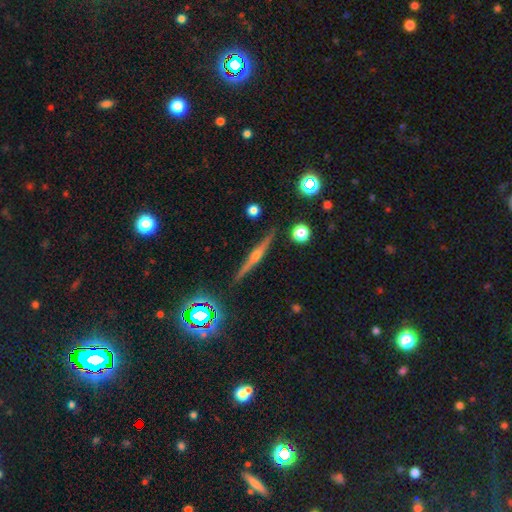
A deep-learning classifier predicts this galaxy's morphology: Smooth or featured? featured or disk (74%)
Edge-on disk? yes (98%)
Edge-on bulge? rounded (83%)
Merging? none (90%)